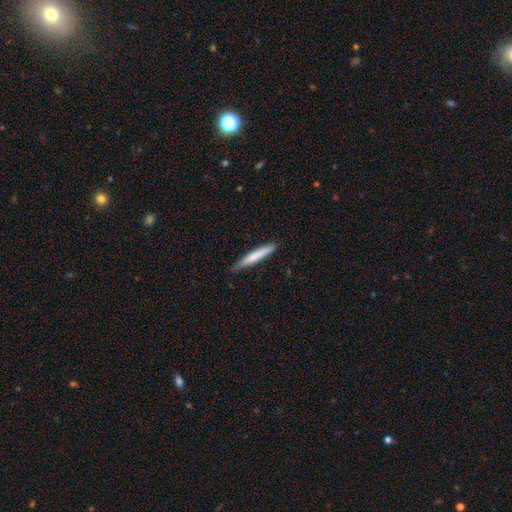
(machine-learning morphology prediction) This is likely a smooth galaxy (73%). How rounded: clearly cigar-shaped (94%). Merging: likely none (79%).